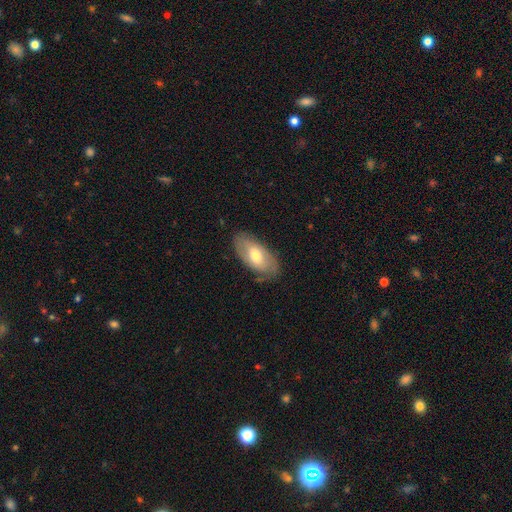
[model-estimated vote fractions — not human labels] smooth 53%, featured or disk 41%, star or artifact 6%. Down the decision tree: how rounded — in between (92%); merging — none (76%).